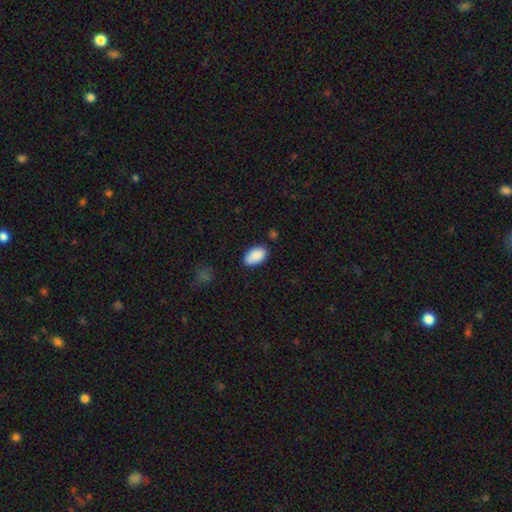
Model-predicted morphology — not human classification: This is clearly a smooth galaxy (90%). How rounded: clearly in between (95%). Merging: clearly none (80%).